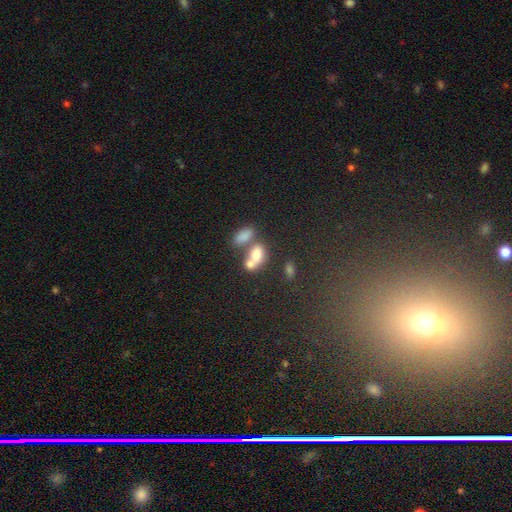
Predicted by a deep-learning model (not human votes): Smooth or featured? Predicted: smooth (p=0.71). How rounded? Predicted: in between (p=0.76). Merging? Predicted: merger (p=0.57).